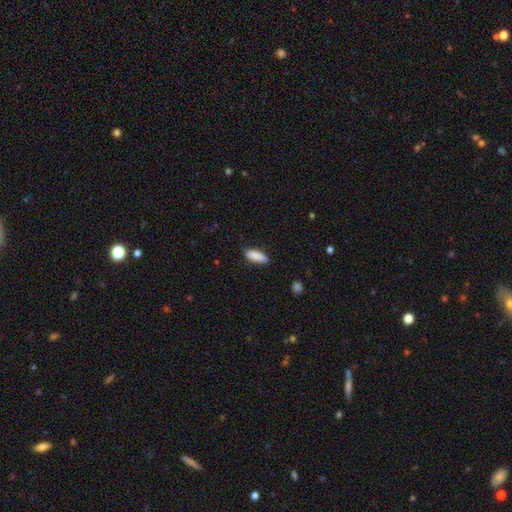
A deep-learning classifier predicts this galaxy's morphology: Smooth or featured? smooth (87%)
How rounded? in between (69%)
Merging? none (78%)